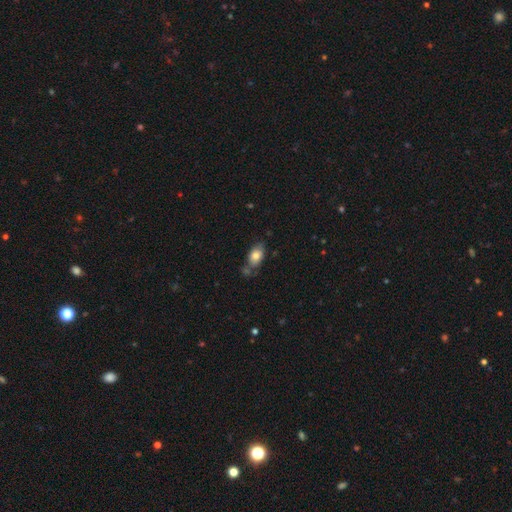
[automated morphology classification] Q: Smooth or featured?
A: smooth (78%); runner-up: featured or disk (14%)
Q: How rounded?
A: in between (87%); runner-up: round (11%)
Q: Merging?
A: none (60%); runner-up: minor disturbance (20%)